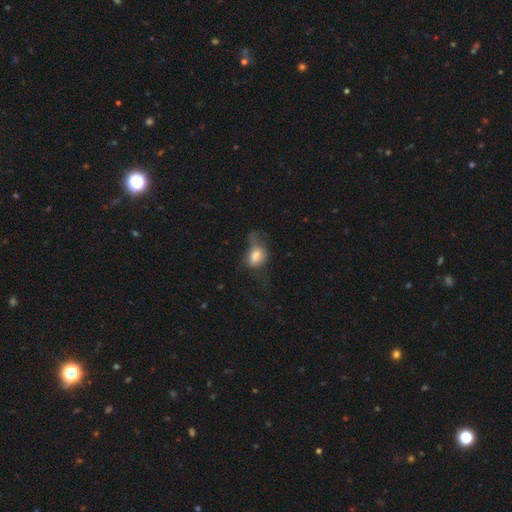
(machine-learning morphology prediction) Smooth or featured? smooth (70%)
How rounded? in between (81%)
Merging? major disturbance (44%)